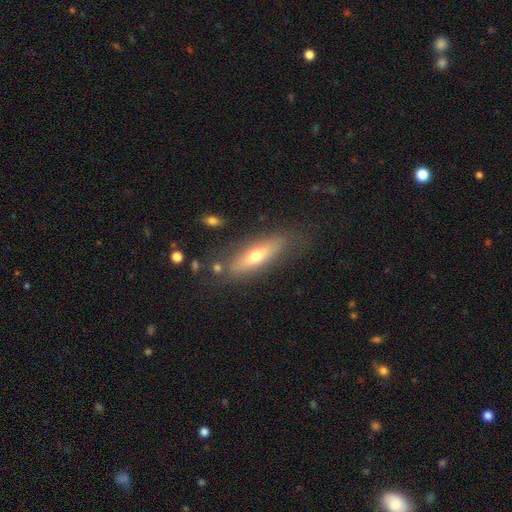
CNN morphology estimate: The model was most divided on "how rounded": cigar-shaped: 53%, in between: 44%, round: 3%. More confident: merging — none (74%); smooth or featured — smooth (53%).